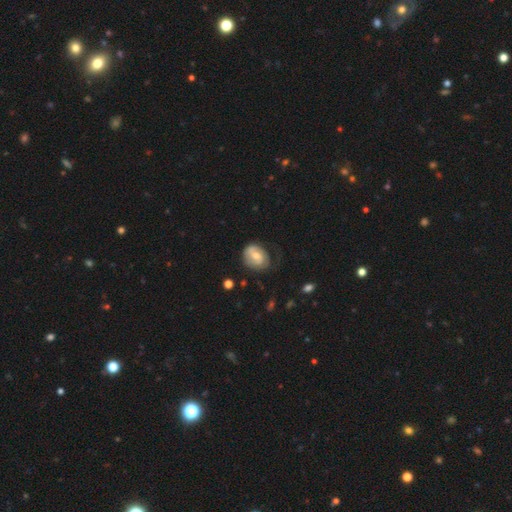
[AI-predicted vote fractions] A featured or disk galaxy (49%). Merging: none (52%).